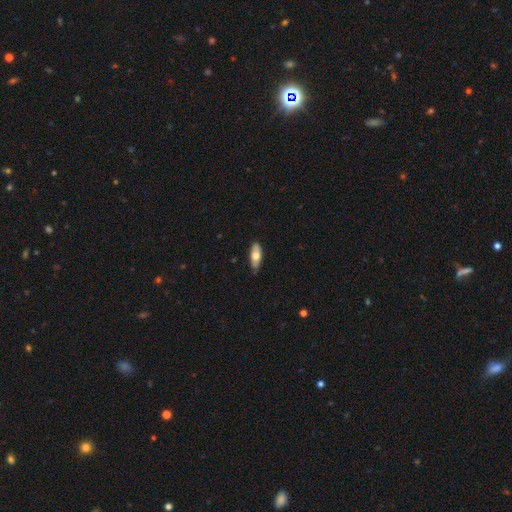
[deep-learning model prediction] Smooth or featured?
  - smooth: 63% *
  - featured or disk: 32%
  - star or artifact: 6%
How rounded?
  - in between: 75% *
  - cigar-shaped: 23%
  - round: 3%
Merging?
  - none: 81% *
  - minor disturbance: 16%
  - major disturbance: 2%
  - merger: 1%